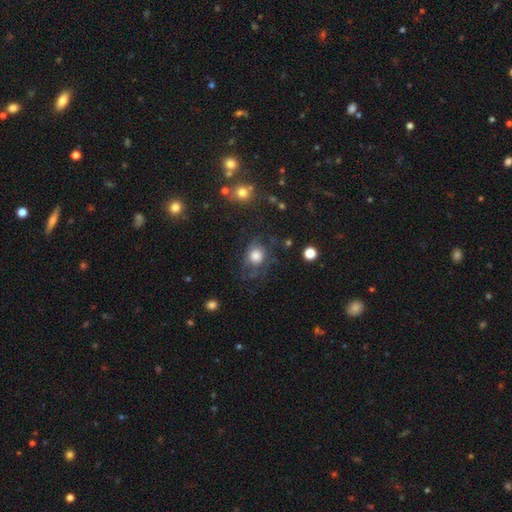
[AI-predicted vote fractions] Smooth or featured? Predicted: smooth (p=0.52). How rounded? Predicted: round (p=0.72). Merging? Predicted: none (p=0.57).